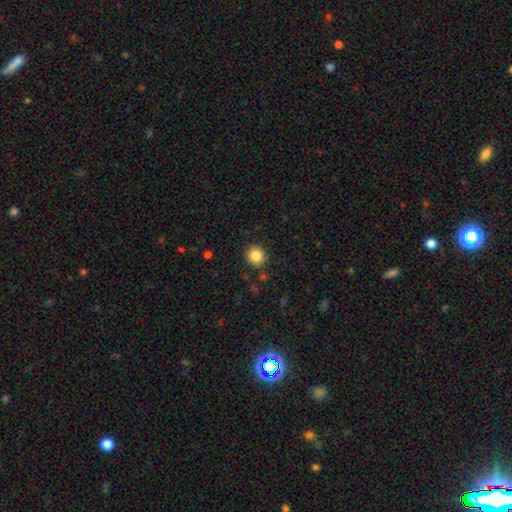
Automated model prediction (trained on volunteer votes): A smooth galaxy with no disk features (85%) that is round (88%).

Vote fractions:
- Smooth or featured? smooth: 85% / star or artifact: 10% / featured or disk: 5%
- How rounded? round: 88% / in between: 11% / cigar-shaped: 1%
- Merging? none: 89% / minor disturbance: 7% / major disturbance: 2% / merger: 2%